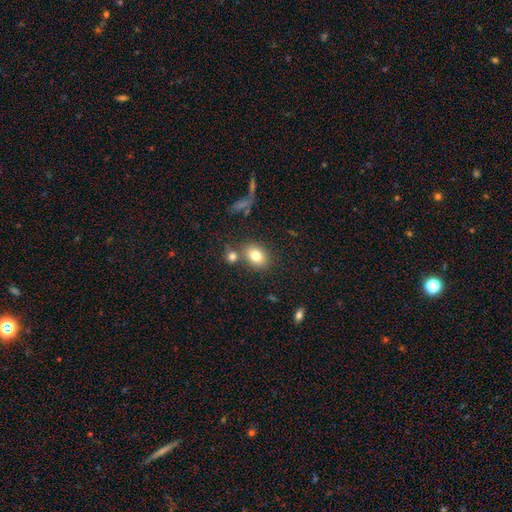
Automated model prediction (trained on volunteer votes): A smooth galaxy with no disk features (79%) that is in between round and cigar-shaped (64%).

Vote fractions:
- Smooth or featured? smooth: 79% / featured or disk: 11% / star or artifact: 11%
- How rounded? in between: 64% / round: 35% / cigar-shaped: 1%
- Merging? none: 69% / merger: 15% / minor disturbance: 12% / major disturbance: 4%